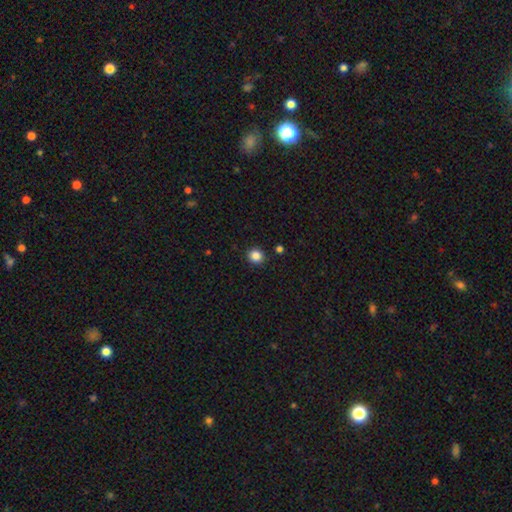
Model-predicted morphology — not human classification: Smooth or featured: smooth — 86% (star or artifact — 11%)
How rounded: round — 87% (in between — 12%)
Merging: none — 91% (minor disturbance — 5%)